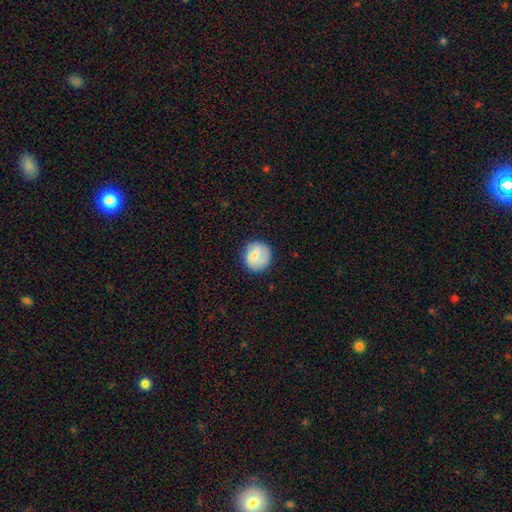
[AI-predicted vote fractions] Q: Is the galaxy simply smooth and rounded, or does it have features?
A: smooth — 74%.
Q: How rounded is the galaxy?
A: round — 90%.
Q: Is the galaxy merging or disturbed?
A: none — 77%.